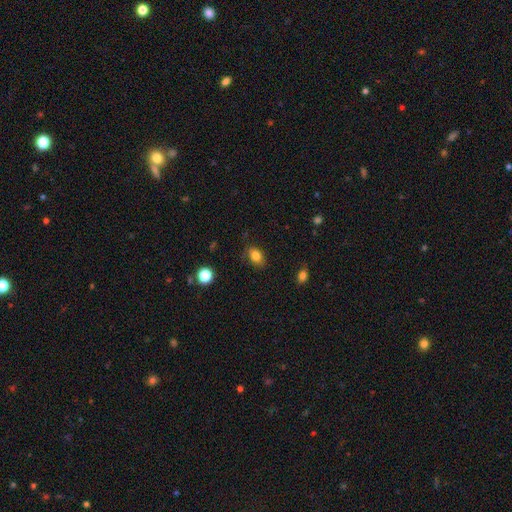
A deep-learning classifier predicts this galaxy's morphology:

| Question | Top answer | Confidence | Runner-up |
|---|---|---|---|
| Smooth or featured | smooth | 81% | star or artifact (10%) |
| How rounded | in between | 79% | round (19%) |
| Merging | none | 76% | minor disturbance (18%) |